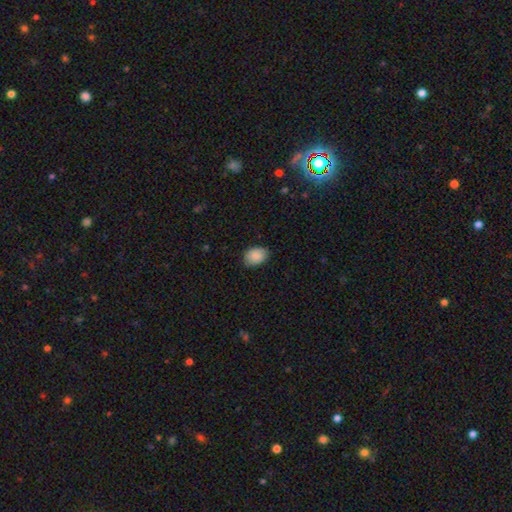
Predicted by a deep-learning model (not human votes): Q: Smooth or featured?
A: smooth (89%); runner-up: star or artifact (7%)
Q: How rounded?
A: in between (79%); runner-up: round (20%)
Q: Merging?
A: none (82%); runner-up: minor disturbance (15%)